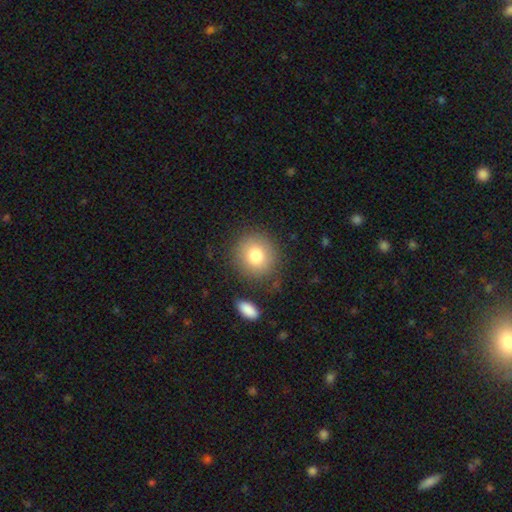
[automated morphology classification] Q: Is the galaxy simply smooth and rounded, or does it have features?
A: smooth — 80%.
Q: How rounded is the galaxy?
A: round — 87%.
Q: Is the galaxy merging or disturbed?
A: none — 83%.